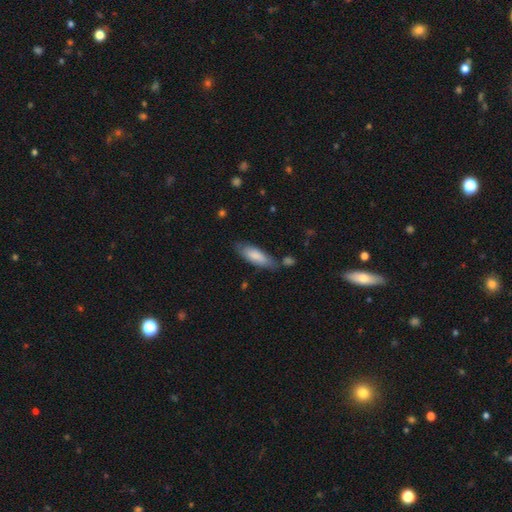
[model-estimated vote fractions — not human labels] smooth-or-featured: smooth: 80% | featured or disk: 14% | star or artifact: 5%
  how-rounded: in between: 60% | cigar-shaped: 39% | round: 1%
  merging: none: 68% | minor disturbance: 21% | merger: 6% | major disturbance: 5%